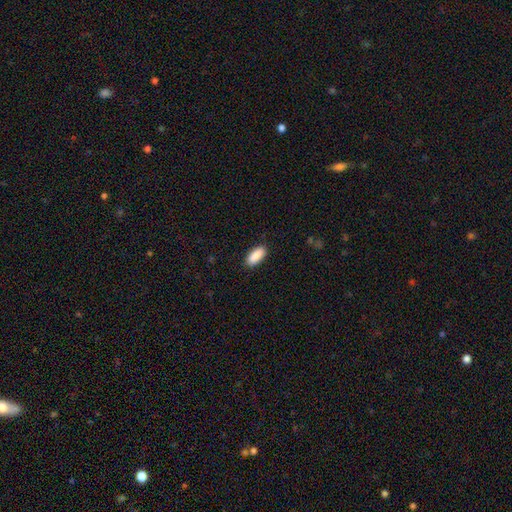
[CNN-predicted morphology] Smooth or featured: smooth — 90% (star or artifact — 6%)
How rounded: in between — 85% (cigar-shaped — 13%)
Merging: none — 87% (minor disturbance — 9%)